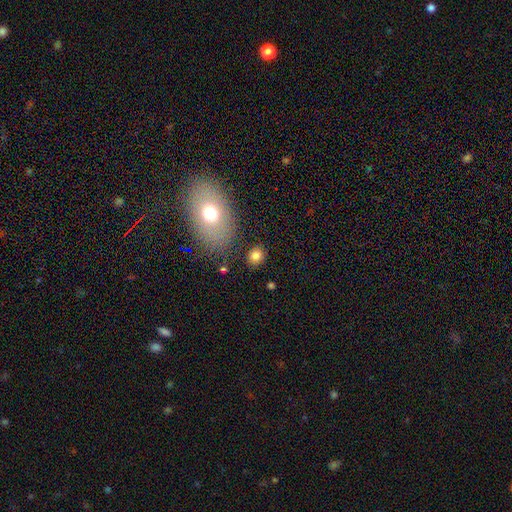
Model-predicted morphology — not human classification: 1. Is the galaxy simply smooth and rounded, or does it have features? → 81% smooth, 11% star or artifact, 8% featured or disk.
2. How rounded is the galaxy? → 57% round, 42% in between, 1% cigar-shaped.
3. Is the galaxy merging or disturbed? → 83% none, 10% minor disturbance, 4% merger, 4% major disturbance.